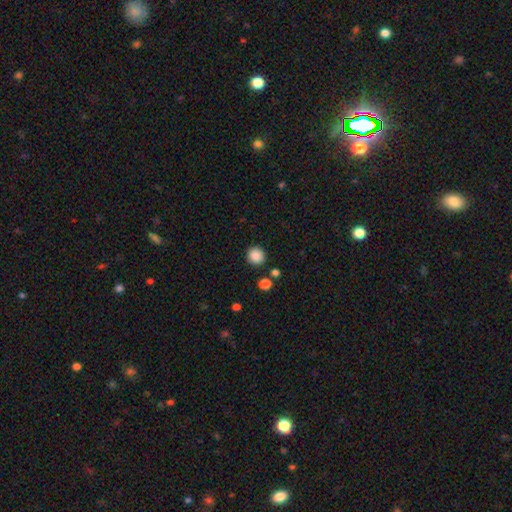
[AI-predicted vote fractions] Overall: smooth (87%). How rounded: round (90%). Merging: none (88%).